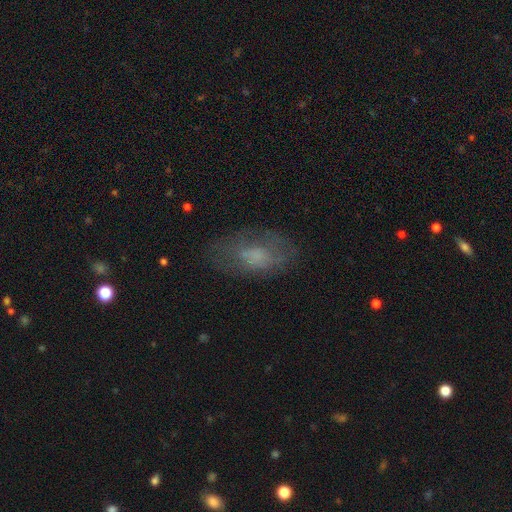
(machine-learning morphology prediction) A smooth galaxy with no disk features (56%) that is in between round and cigar-shaped (90%).

Vote fractions:
- Smooth or featured? smooth: 56% / featured or disk: 33% / star or artifact: 12%
- How rounded? in between: 90% / round: 6% / cigar-shaped: 4%
- Merging? none: 59% / minor disturbance: 23% / major disturbance: 16% / merger: 2%